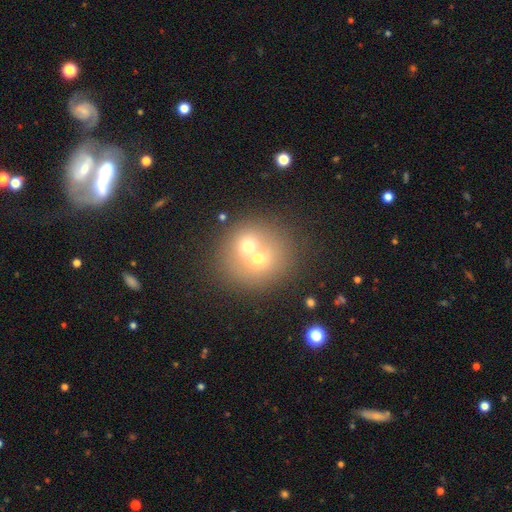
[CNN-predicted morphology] Smooth or featured: smooth — 61% (featured or disk — 25%)
How rounded: round — 84% (in between — 15%)
Merging: merger — 57% (none — 35%)